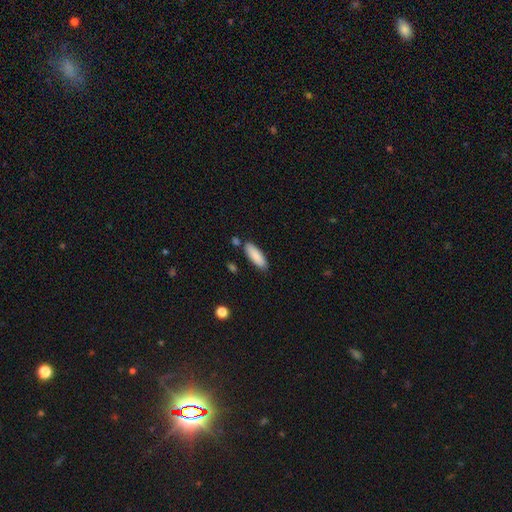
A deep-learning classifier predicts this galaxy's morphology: Q: Smooth or featured?
A: smooth (88%); runner-up: featured or disk (6%)
Q: How rounded?
A: in between (57%); runner-up: cigar-shaped (41%)
Q: Merging?
A: none (82%); runner-up: minor disturbance (11%)